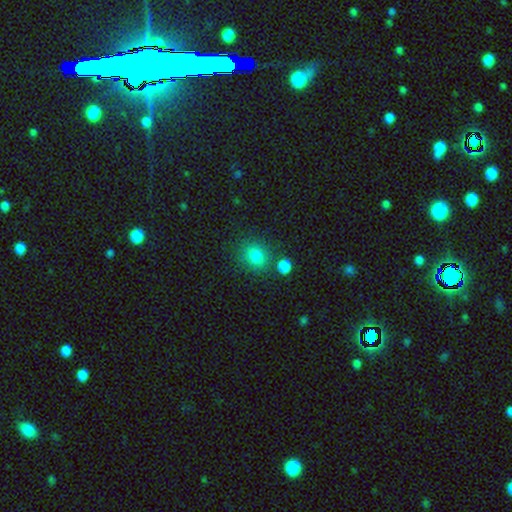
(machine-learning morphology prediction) smooth-or-featured: smooth: 82% | star or artifact: 12% | featured or disk: 6%
  how-rounded: round: 60% | in between: 39% | cigar-shaped: 1%
  merging: none: 76% | minor disturbance: 12% | merger: 8% | major disturbance: 4%